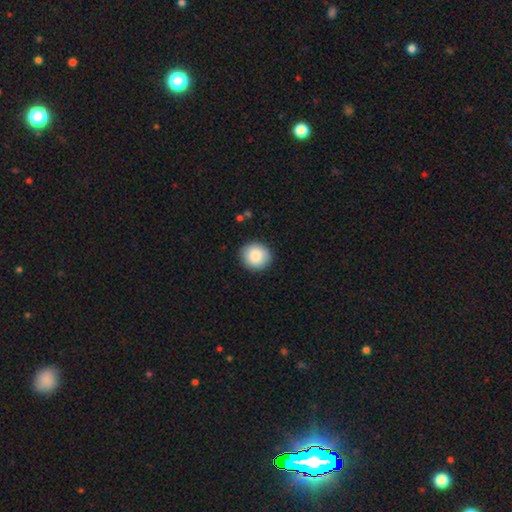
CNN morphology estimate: smooth 87%, star or artifact 7%, featured or disk 6%. Down the decision tree: how rounded — round (88%); merging — none (90%).